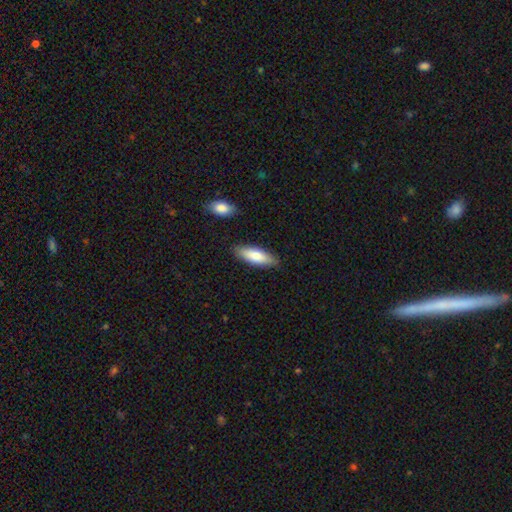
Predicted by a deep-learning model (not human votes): Smooth or featured: smooth — 76% (featured or disk — 18%)
How rounded: in between — 59% (cigar-shaped — 39%)
Merging: none — 86% (minor disturbance — 10%)